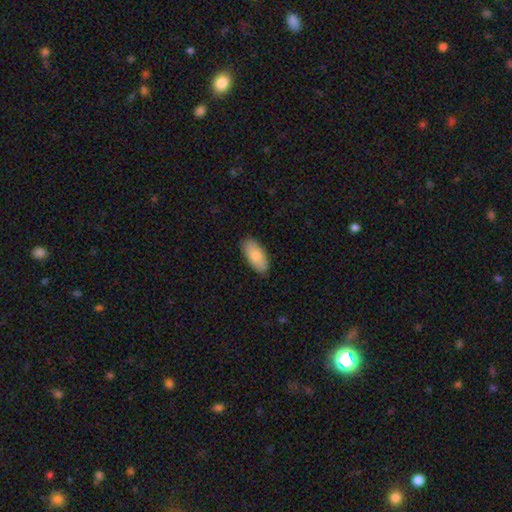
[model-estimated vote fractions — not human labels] This is clearly a smooth galaxy (81%). How rounded: clearly in between (91%). Merging: clearly none (86%).